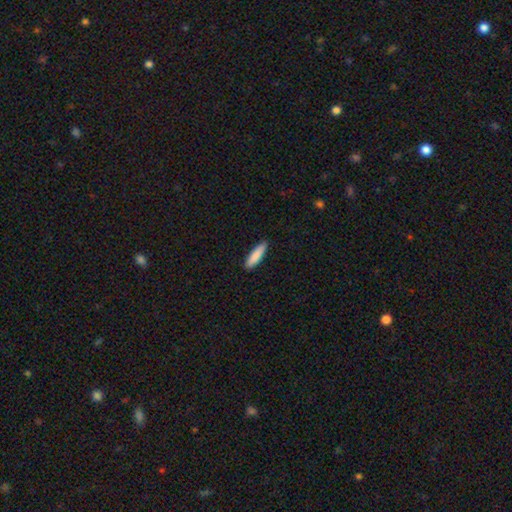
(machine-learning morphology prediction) Smooth or featured: smooth — 87% (featured or disk — 7%)
How rounded: cigar-shaped — 70% (in between — 28%)
Merging: none — 88% (minor disturbance — 10%)